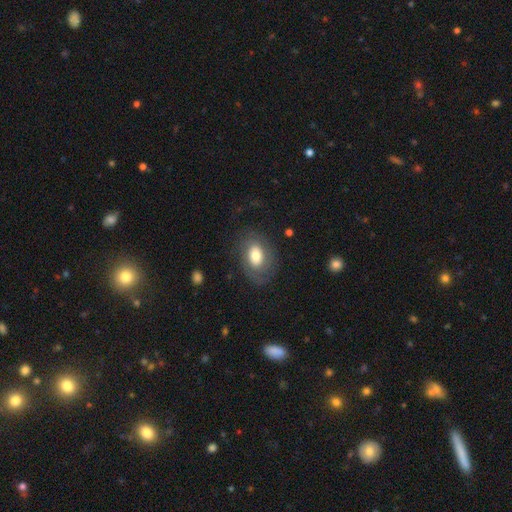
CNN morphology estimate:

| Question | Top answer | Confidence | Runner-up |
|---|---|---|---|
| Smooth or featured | smooth | 55% | featured or disk (37%) |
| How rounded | in between | 80% | round (18%) |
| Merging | none | 73% | minor disturbance (15%) |